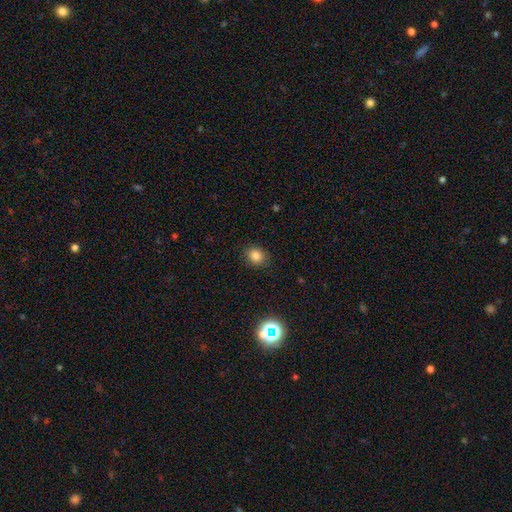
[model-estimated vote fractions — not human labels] This is clearly a smooth galaxy (82%). How rounded: likely round (69%). Merging: clearly none (87%).